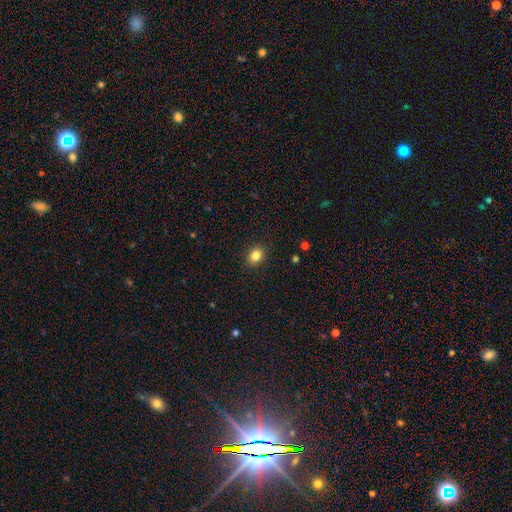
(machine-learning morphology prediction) type=smooth (84%); roundness=in between (51%); merging=none (90%).